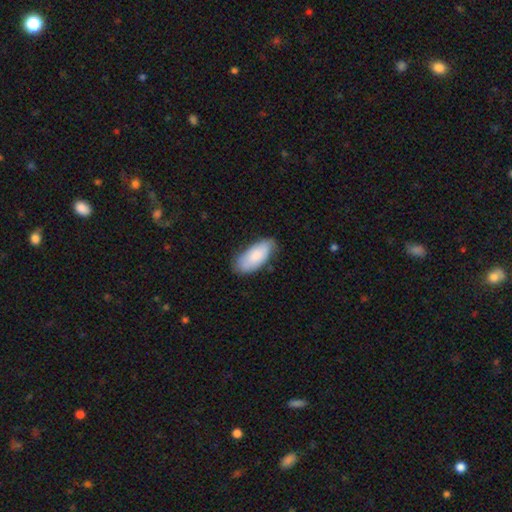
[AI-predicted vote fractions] Smooth or featured: smooth — 82% (featured or disk — 13%)
How rounded: in between — 90% (cigar-shaped — 8%)
Merging: none — 70% (minor disturbance — 24%)